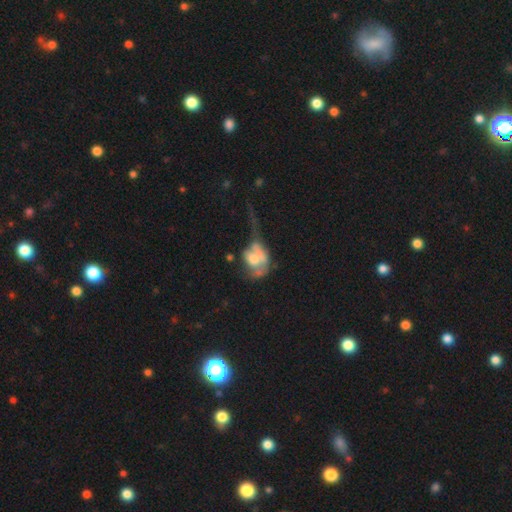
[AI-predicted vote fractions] Q: Smooth or featured?
A: featured or disk (48%); runner-up: smooth (43%)
Q: Merging?
A: major disturbance (52%); runner-up: merger (20%)